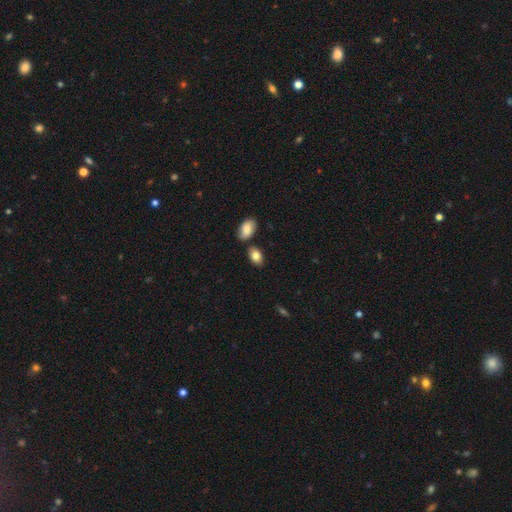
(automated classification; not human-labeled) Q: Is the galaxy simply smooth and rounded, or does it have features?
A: smooth — 83%.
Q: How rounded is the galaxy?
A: in between — 89%.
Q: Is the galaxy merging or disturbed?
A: none — 74%.